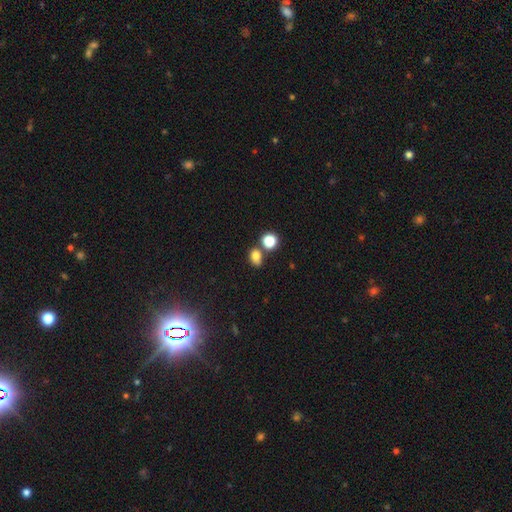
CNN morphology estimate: Smooth or featured?
  - smooth: 78% *
  - star or artifact: 14%
  - featured or disk: 8%
How rounded?
  - in between: 59% *
  - round: 39%
  - cigar-shaped: 2%
Merging?
  - none: 59% *
  - merger: 23%
  - minor disturbance: 13%
  - major disturbance: 5%